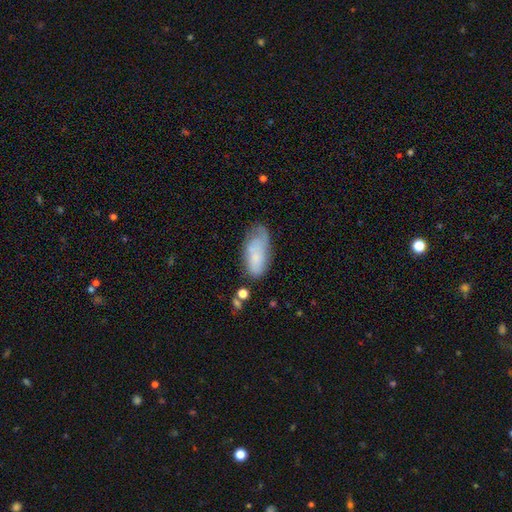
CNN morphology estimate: smooth-or-featured: smooth: 56% | featured or disk: 35% | star or artifact: 9%
  how-rounded: in between: 84% | cigar-shaped: 13% | round: 3%
  merging: none: 54% | minor disturbance: 28% | major disturbance: 13% | merger: 5%